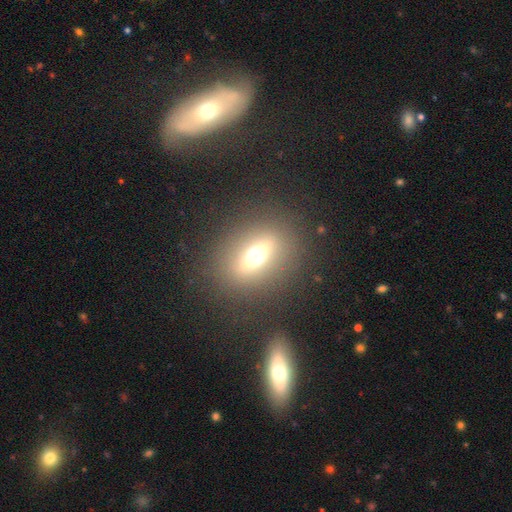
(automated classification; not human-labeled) The model was most divided on "smooth or featured": smooth: 46%, featured or disk: 36%, star or artifact: 19%. More confident: merging — none (84%).